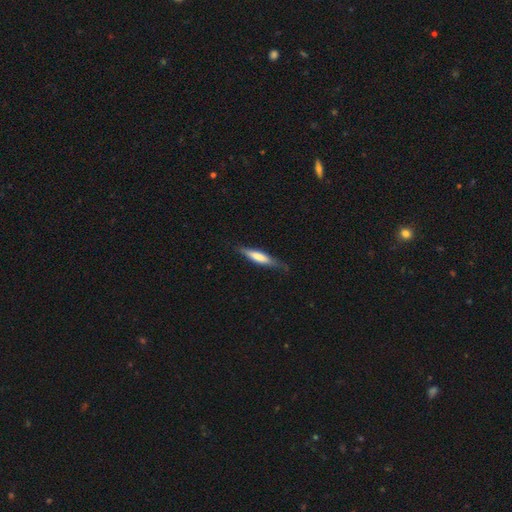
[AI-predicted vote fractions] Smooth or featured? Predicted: smooth (p=0.56). How rounded? Predicted: cigar-shaped (p=0.84). Merging? Predicted: none (p=0.76).